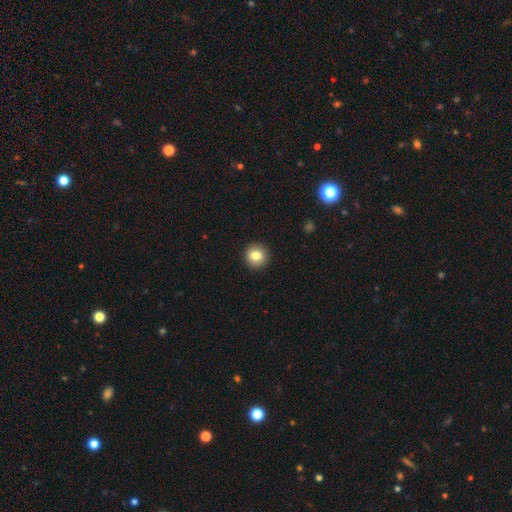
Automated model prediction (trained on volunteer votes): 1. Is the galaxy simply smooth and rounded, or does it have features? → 82% smooth, 9% star or artifact, 8% featured or disk.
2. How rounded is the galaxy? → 92% round, 7% in between, 1% cigar-shaped.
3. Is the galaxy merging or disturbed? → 92% none, 5% minor disturbance, 2% major disturbance, 1% merger.